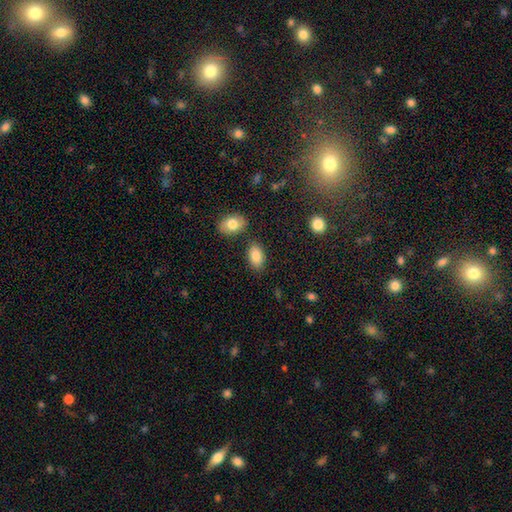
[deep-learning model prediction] Q: Smooth or featured?
A: smooth (85%); runner-up: featured or disk (8%)
Q: How rounded?
A: in between (92%); runner-up: round (6%)
Q: Merging?
A: none (81%); runner-up: minor disturbance (10%)